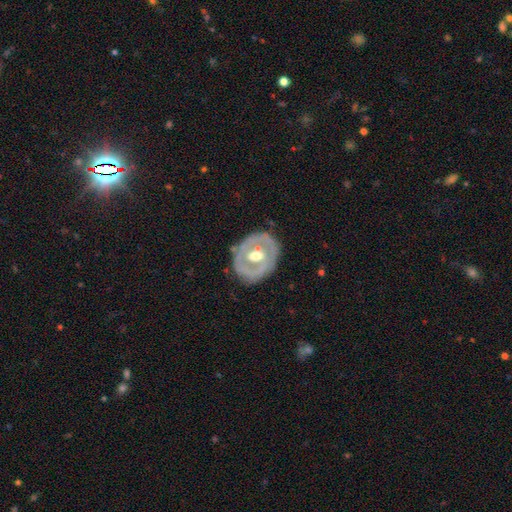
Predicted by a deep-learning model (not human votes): A featured or disk galaxy (70%) with no bar (56%), no spiral arms (68%) and a moderate central bulge (76%).

Vote fractions:
- Smooth or featured? featured or disk: 70% / smooth: 25% / star or artifact: 5%
- Edge-on disk? no: 95% / yes: 5%
- Bar? no: 56% / weak: 32% / strong: 12%
- Spiral arms? no: 68% / yes: 32%
- Bulge size? moderate: 76% / large: 13% / small: 9% / dominant: 1% / none: 1%
- Merging? none: 78% / minor disturbance: 16% / major disturbance: 5% / merger: 2%